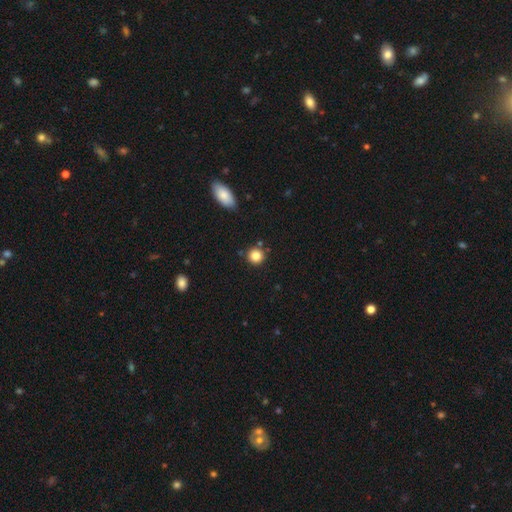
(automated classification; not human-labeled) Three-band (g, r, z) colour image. It shows a smooth galaxy with no disk features (84%) that is round (93%). Merging: none (85%).